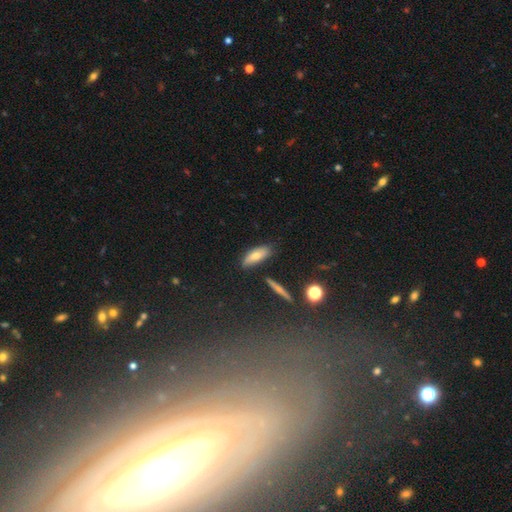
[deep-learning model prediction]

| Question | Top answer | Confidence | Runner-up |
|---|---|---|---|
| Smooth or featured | smooth | 68% | featured or disk (22%) |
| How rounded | in between | 68% | cigar-shaped (29%) |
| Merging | none | 76% | minor disturbance (17%) |